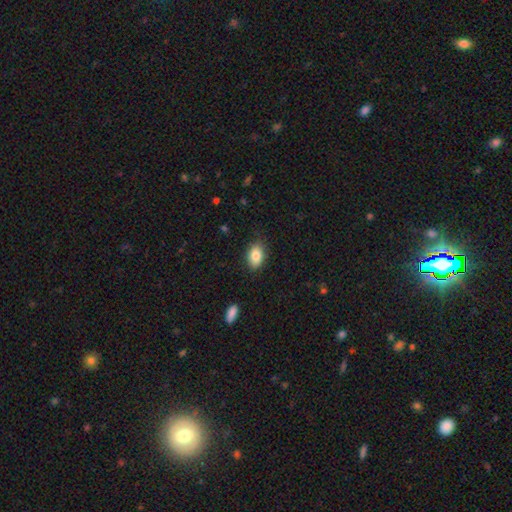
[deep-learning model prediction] Smooth or featured?
  - smooth: 83% *
  - featured or disk: 9%
  - star or artifact: 8%
How rounded?
  - in between: 88% *
  - round: 11%
  - cigar-shaped: 2%
Merging?
  - none: 84% *
  - minor disturbance: 13%
  - major disturbance: 2%
  - merger: 1%